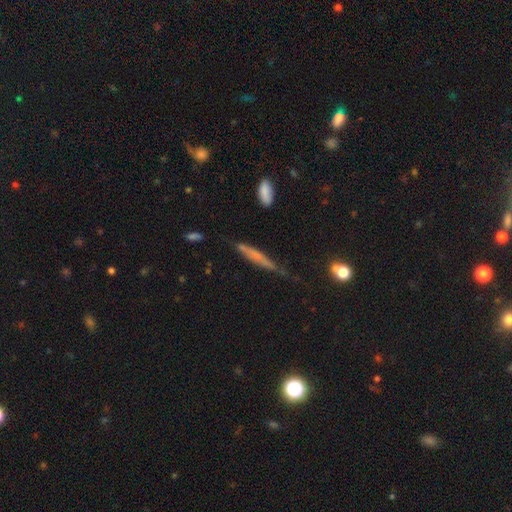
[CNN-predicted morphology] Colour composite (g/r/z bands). It shows a smooth galaxy with no disk features (54%) that is cigar-shaped (92%). Merging: none (62%).